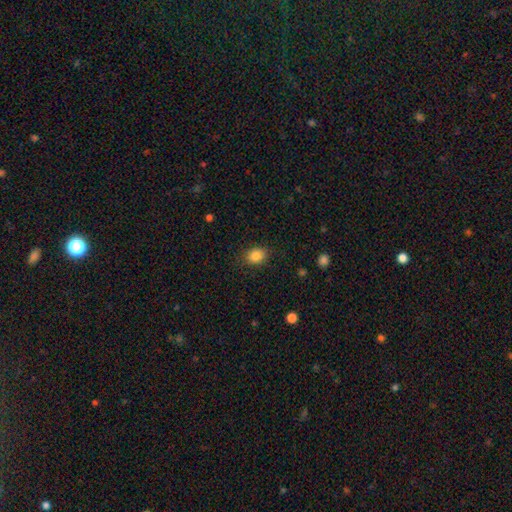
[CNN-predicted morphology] A smooth galaxy with no disk features (85%) that is in between round and cigar-shaped (58%).

Vote fractions:
- Smooth or featured? smooth: 85% / star or artifact: 10% / featured or disk: 5%
- How rounded? in between: 58% / round: 41% / cigar-shaped: 1%
- Merging? none: 84% / minor disturbance: 12% / major disturbance: 3% / merger: 1%